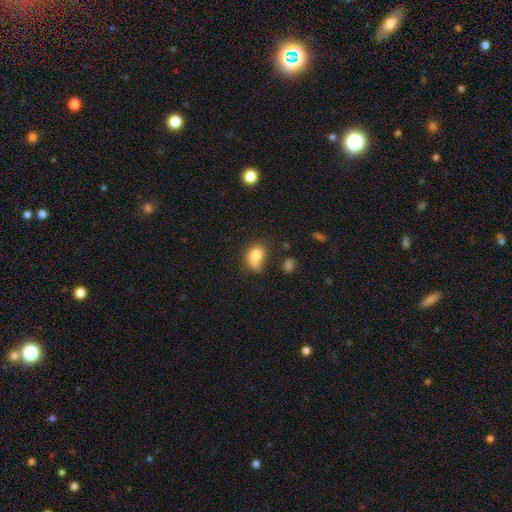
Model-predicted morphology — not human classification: smooth 71%, featured or disk 19%, star or artifact 10%. Down the decision tree: how rounded — in between (67%); merging — none (39%).